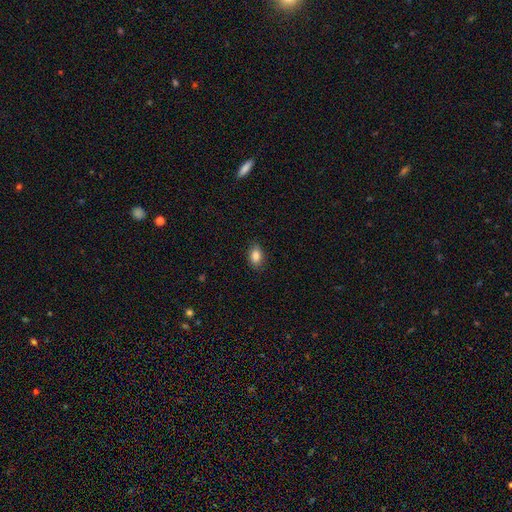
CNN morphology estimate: Smooth or featured? smooth (86%)
How rounded? in between (87%)
Merging? none (85%)